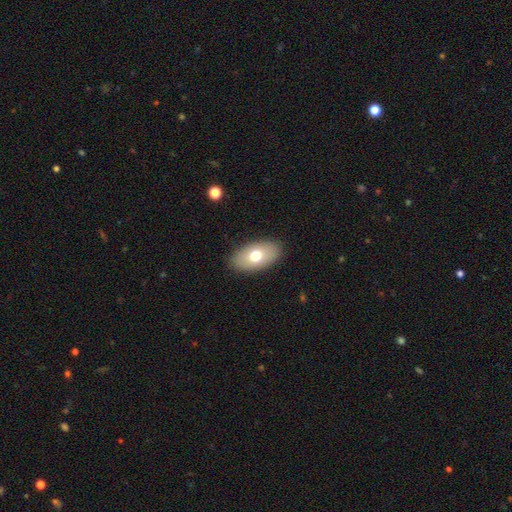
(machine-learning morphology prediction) Overall: smooth (69%). How rounded: in between (93%). Merging: none (87%).